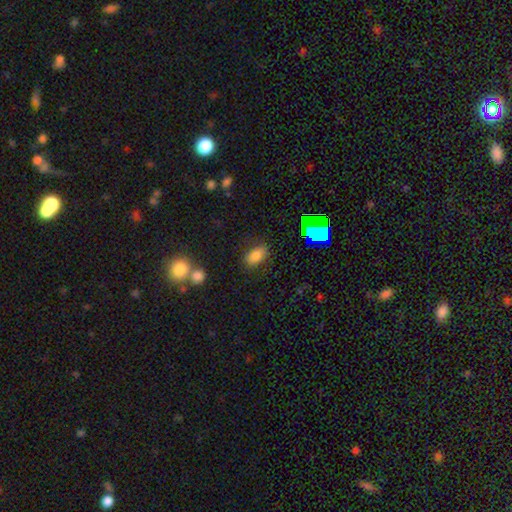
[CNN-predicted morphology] Smooth or featured? Predicted: smooth (p=0.75). How rounded? Predicted: in between (p=0.87). Merging? Predicted: none (p=0.79).